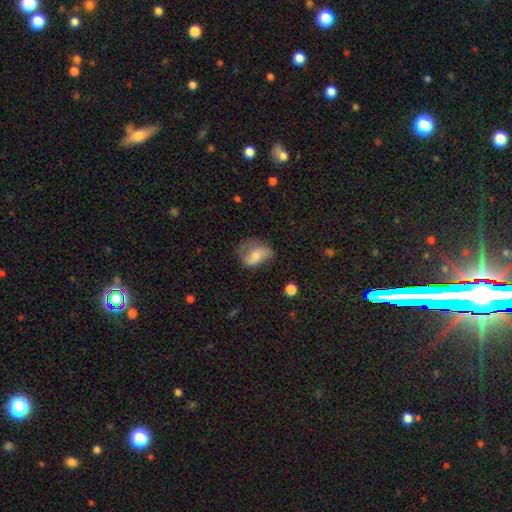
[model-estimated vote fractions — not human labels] Smooth or featured: smooth — 48% (featured or disk — 43%)
Merging: none — 43% (minor disturbance — 31%)